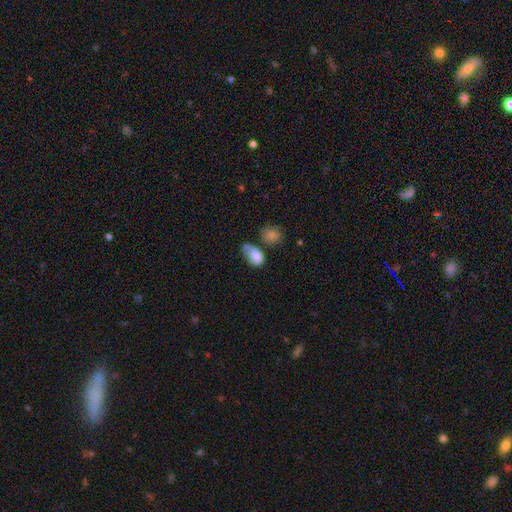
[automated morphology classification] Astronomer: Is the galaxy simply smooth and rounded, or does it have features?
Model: smooth — 81%.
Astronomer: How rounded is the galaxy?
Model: in between — 82%.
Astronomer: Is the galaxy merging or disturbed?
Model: minor disturbance — 29% (runner-up: none, 28%).